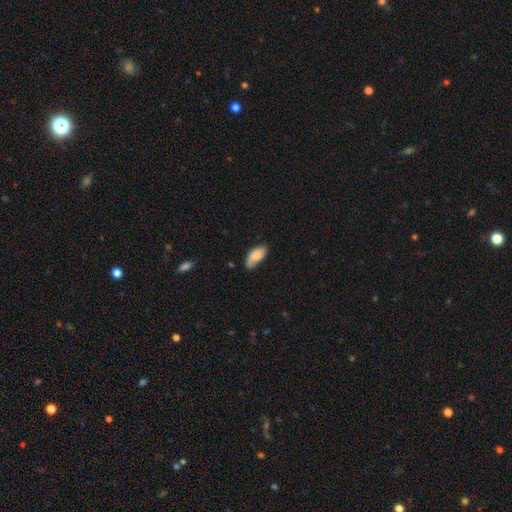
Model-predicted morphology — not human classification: A smooth galaxy with no disk features (77%) that is in between round and cigar-shaped (91%).

Vote fractions:
- Smooth or featured? smooth: 77% / featured or disk: 17% / star or artifact: 7%
- How rounded? in between: 91% / cigar-shaped: 6% / round: 3%
- Merging? none: 54% / minor disturbance: 34% / major disturbance: 9% / merger: 4%